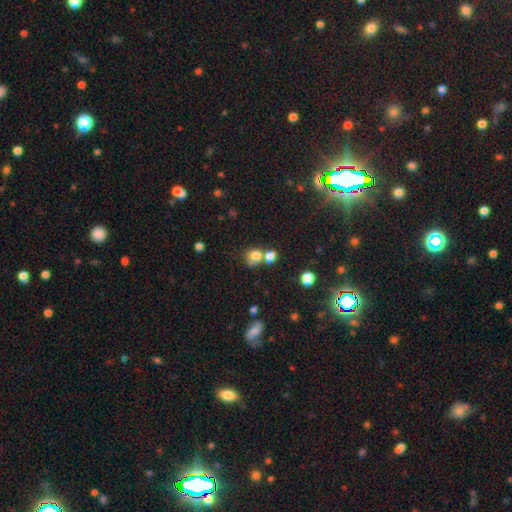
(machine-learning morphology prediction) The model was most divided on "merging": merger: 43%, none: 40%, minor disturbance: 11%, major disturbance: 6%. More confident: smooth or featured — smooth (78%); how rounded — round (73%).